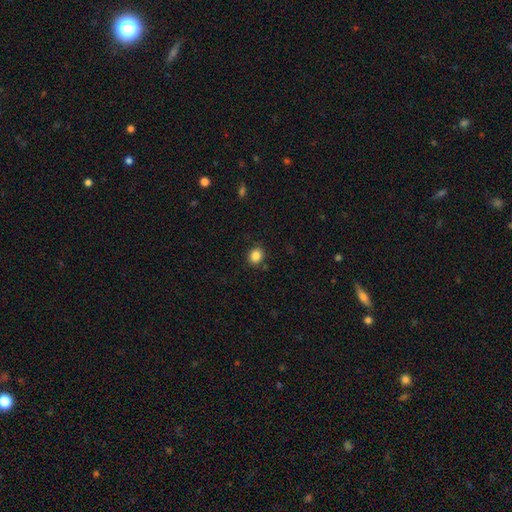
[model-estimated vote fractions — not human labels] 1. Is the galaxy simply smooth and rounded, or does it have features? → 86% smooth, 10% star or artifact, 4% featured or disk.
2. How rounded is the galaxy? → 73% round, 26% in between, 1% cigar-shaped.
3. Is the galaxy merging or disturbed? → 85% none, 10% minor disturbance, 3% major disturbance, 2% merger.